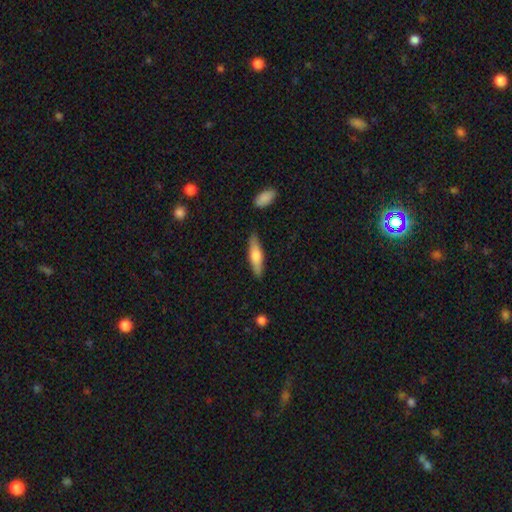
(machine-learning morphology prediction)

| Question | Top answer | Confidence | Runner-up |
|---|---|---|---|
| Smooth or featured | smooth | 62% | featured or disk (32%) |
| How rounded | cigar-shaped | 67% | in between (31%) |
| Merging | none | 86% | minor disturbance (10%) |